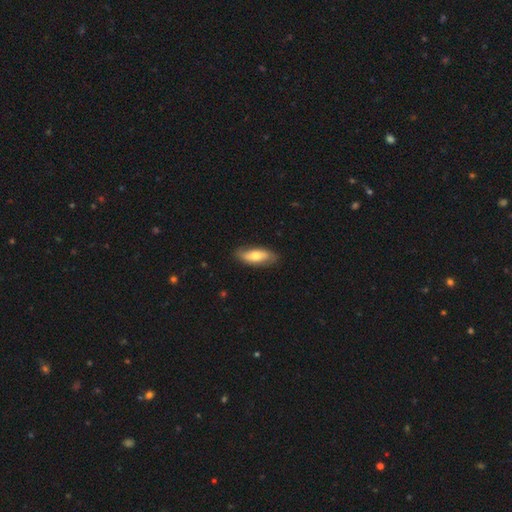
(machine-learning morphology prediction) The model was most divided on "smooth or featured": smooth: 60%, featured or disk: 35%, star or artifact: 5%. More confident: merging — none (81%); how rounded — in between (78%).